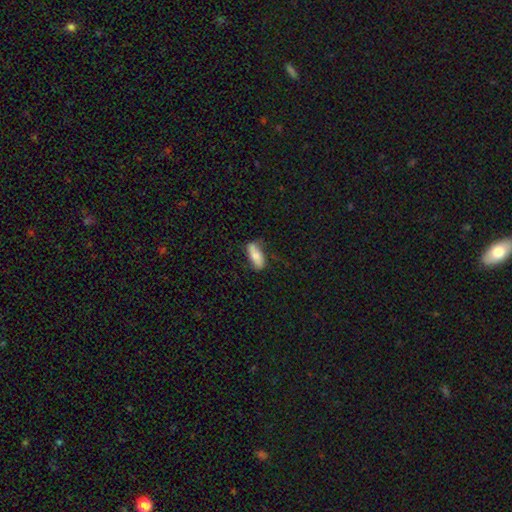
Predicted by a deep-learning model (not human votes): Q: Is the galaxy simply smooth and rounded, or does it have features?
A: smooth — 72%.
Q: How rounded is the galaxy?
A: in between — 74%.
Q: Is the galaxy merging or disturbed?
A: none — 65%.